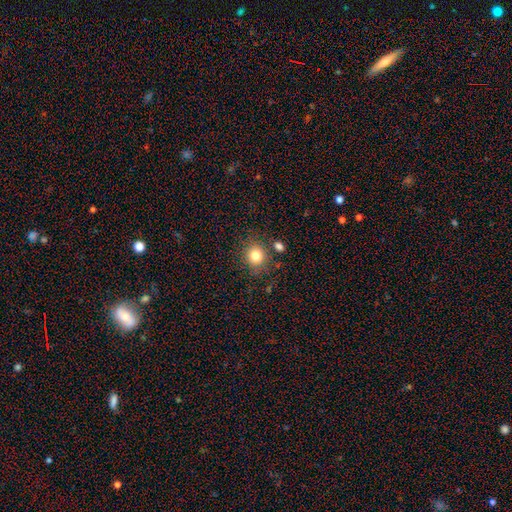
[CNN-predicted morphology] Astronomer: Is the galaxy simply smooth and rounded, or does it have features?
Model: smooth — 81%.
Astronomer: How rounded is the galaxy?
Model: round — 79%.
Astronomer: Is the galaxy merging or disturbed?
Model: none — 80%.